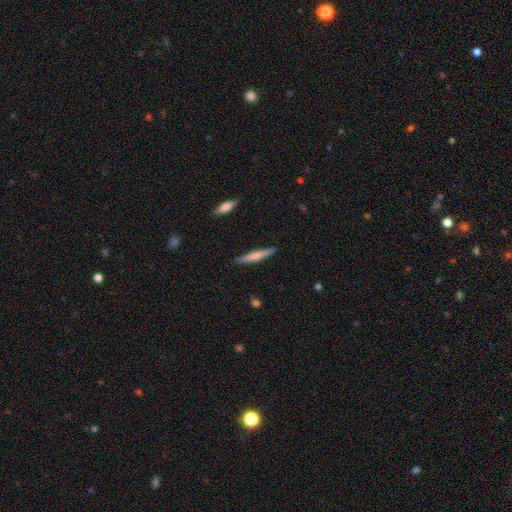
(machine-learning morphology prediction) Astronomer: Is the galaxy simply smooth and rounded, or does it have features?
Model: smooth — 62%.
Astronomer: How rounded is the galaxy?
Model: cigar-shaped — 93%.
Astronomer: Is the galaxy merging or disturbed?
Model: none — 89%.